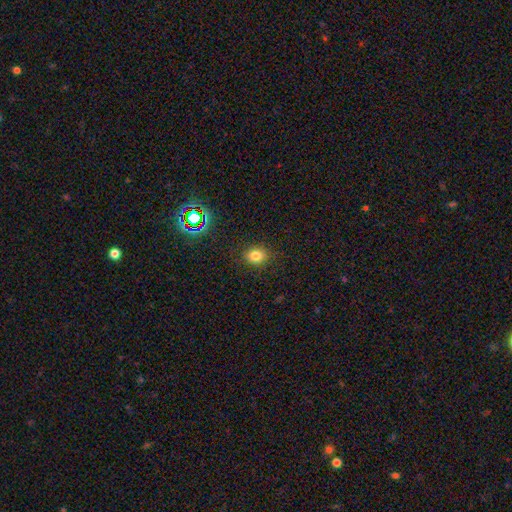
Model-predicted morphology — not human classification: The model was most divided on "how rounded": round: 63%, in between: 36%, cigar-shaped: 1%. More confident: merging — none (87%); smooth or featured — smooth (79%).